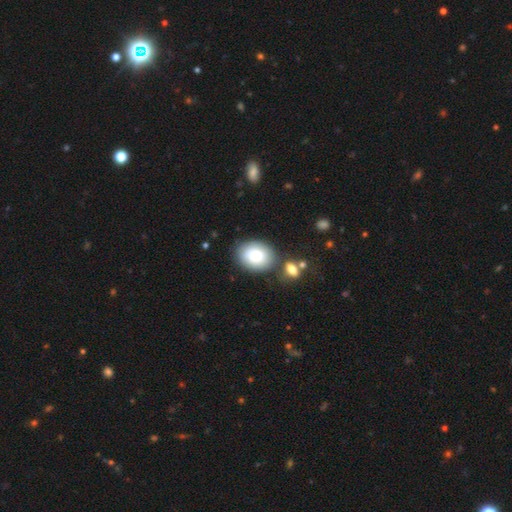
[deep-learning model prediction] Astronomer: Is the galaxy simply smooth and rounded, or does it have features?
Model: smooth — 83%.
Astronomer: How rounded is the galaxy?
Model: in between — 67%.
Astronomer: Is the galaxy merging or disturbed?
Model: none — 71%.